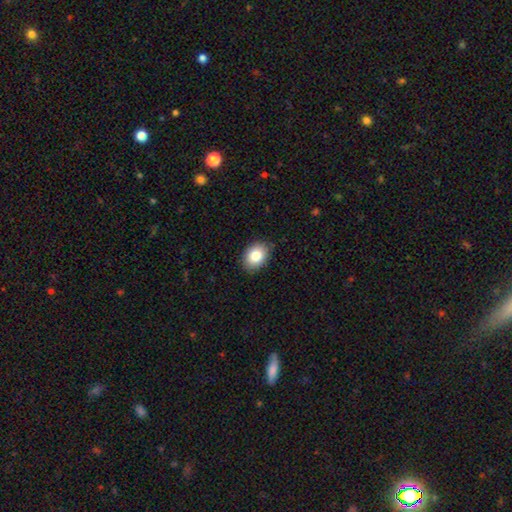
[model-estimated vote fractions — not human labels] smooth-or-featured: smooth: 84% | featured or disk: 9% | star or artifact: 8%
  how-rounded: in between: 71% | round: 28% | cigar-shaped: 1%
  merging: none: 86% | minor disturbance: 11% | major disturbance: 2% | merger: 1%